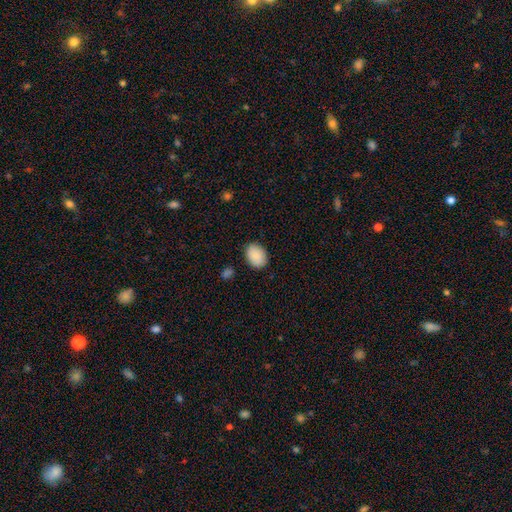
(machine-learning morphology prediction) A smooth galaxy with no disk features (89%) that is in between round and cigar-shaped (70%).

Vote fractions:
- Smooth or featured? smooth: 89% / star or artifact: 7% / featured or disk: 4%
- How rounded? in between: 70% / round: 29% / cigar-shaped: 1%
- Merging? none: 86% / minor disturbance: 10% / major disturbance: 2% / merger: 1%